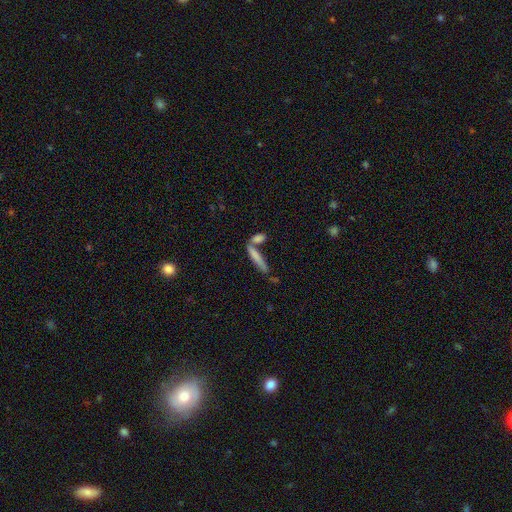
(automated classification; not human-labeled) A smooth galaxy with no disk features (74%) that is cigar-shaped (81%). Merging: none (49%).